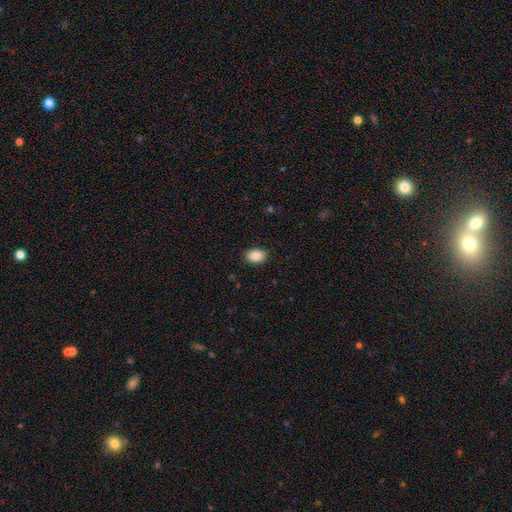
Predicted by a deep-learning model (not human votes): smooth 88%, star or artifact 7%, featured or disk 4%. Down the decision tree: how rounded — in between (83%); merging — none (89%).